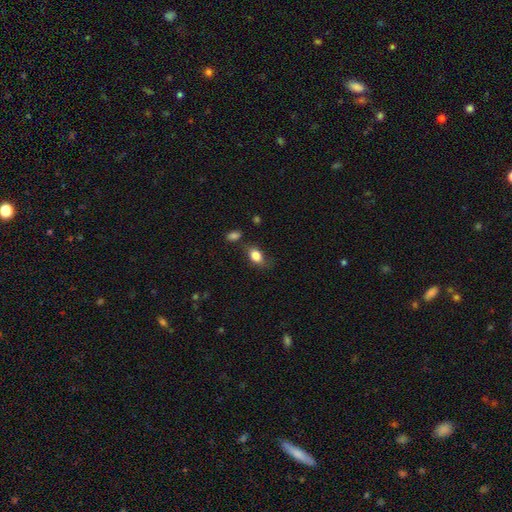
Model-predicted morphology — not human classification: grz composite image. It shows a smooth galaxy with no disk features (83%) that is in between round and cigar-shaped (83%). Merging: none (67%).